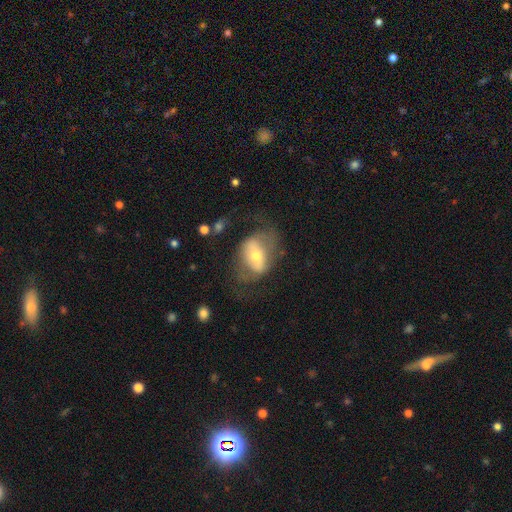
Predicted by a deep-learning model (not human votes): Smooth or featured: featured or disk — 57% (smooth — 36%)
Edge-on disk: no — 91% (yes — 9%)
Bar: strong — 39% (no — 31%)
Spiral arms: no — 51% (yes — 49%)
Bulge size: moderate — 58% (small — 32%)
Merging: none — 50% (major disturbance — 26%)